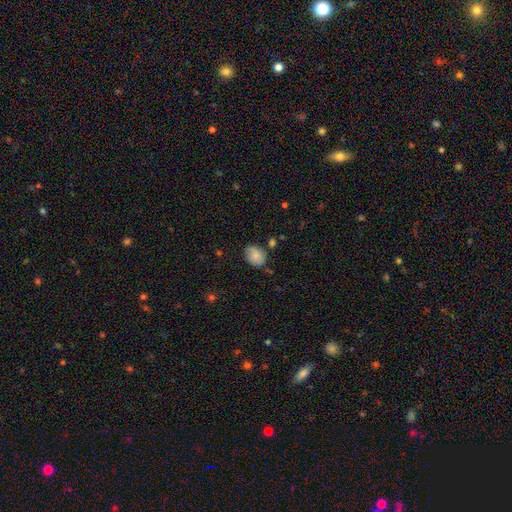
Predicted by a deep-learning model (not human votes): Smooth or featured: smooth — 77% (featured or disk — 15%)
How rounded: in between — 57% (round — 42%)
Merging: none — 64% (minor disturbance — 26%)